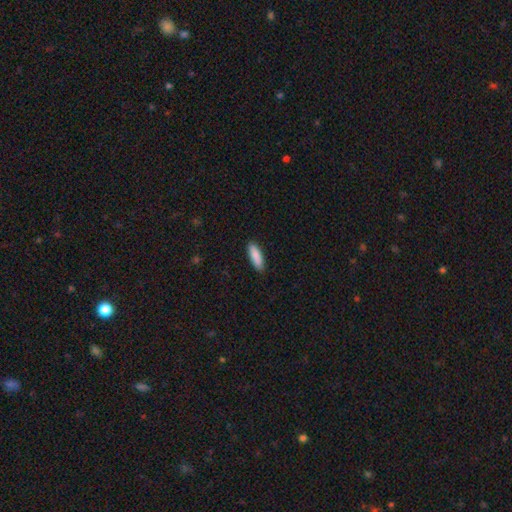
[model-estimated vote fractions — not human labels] This appears to be a smooth galaxy with no disk features (89%) that is in between round and cigar-shaped (51%). Merging: none (88%).